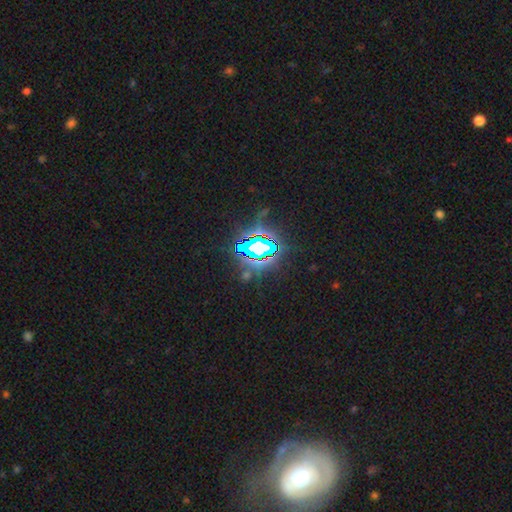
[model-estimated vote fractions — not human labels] Overall: star or artifact (81%).